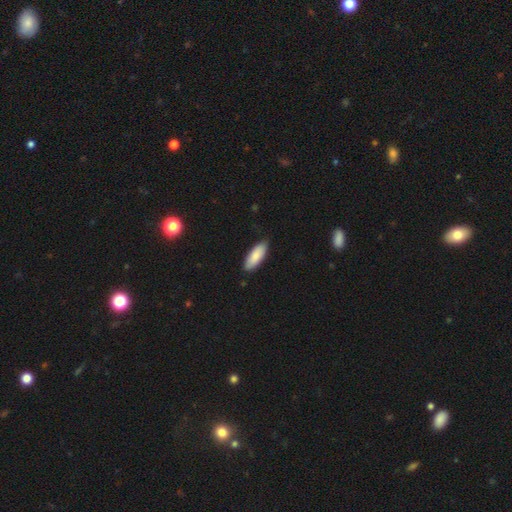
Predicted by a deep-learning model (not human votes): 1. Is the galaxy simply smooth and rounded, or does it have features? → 85% smooth, 9% featured or disk, 6% star or artifact.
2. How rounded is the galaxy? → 72% in between, 26% cigar-shaped, 2% round.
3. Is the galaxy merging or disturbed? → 85% none, 13% minor disturbance, 2% major disturbance, 1% merger.